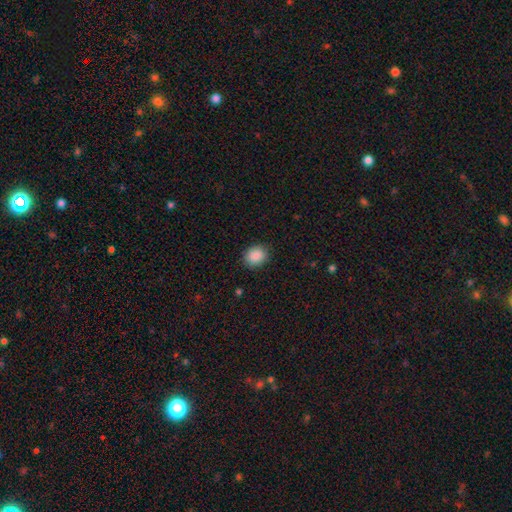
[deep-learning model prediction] A smooth galaxy with no disk features (89%) that is round (58%).

Vote fractions:
- Smooth or featured? smooth: 89% / star or artifact: 8% / featured or disk: 3%
- How rounded? round: 58% / in between: 41% / cigar-shaped: 1%
- Merging? none: 87% / minor disturbance: 10% / major disturbance: 3% / merger: 1%